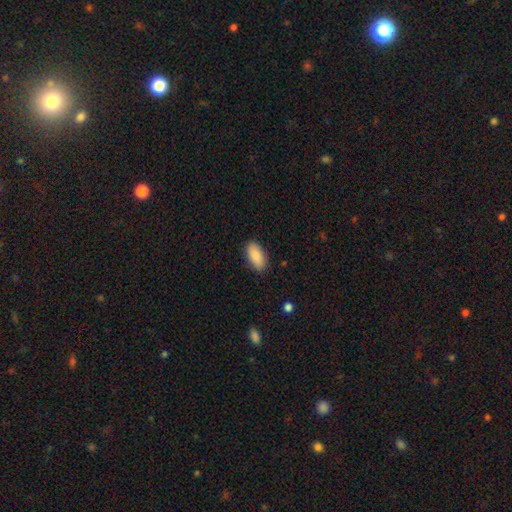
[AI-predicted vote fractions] The model was most divided on "merging": none: 87%, minor disturbance: 10%, major disturbance: 2%, merger: 1%. More confident: how rounded — in between (92%); smooth or featured — smooth (90%).